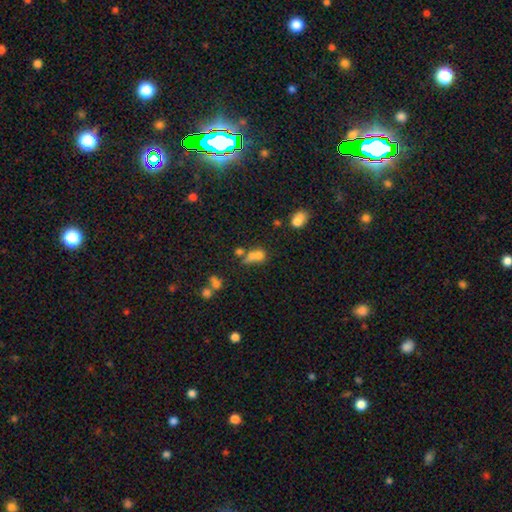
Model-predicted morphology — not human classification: Q: Smooth or featured?
A: smooth (65%); runner-up: featured or disk (19%)
Q: How rounded?
A: round (57%); runner-up: in between (40%)
Q: Merging?
A: merger (56%); runner-up: none (26%)